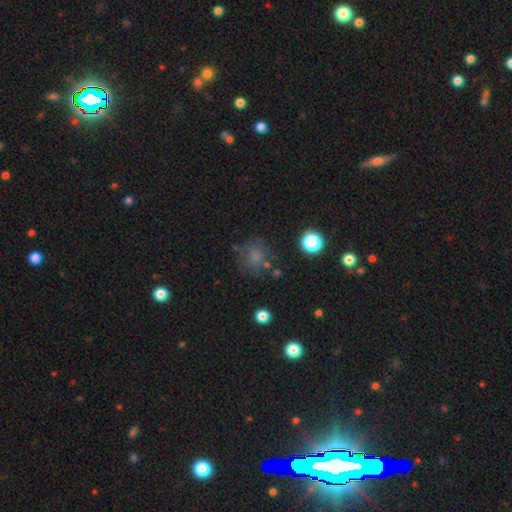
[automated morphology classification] The model was most divided on "smooth or featured": smooth: 62%, star or artifact: 25%, featured or disk: 13%. More confident: how rounded — round (80%); merging — none (72%).